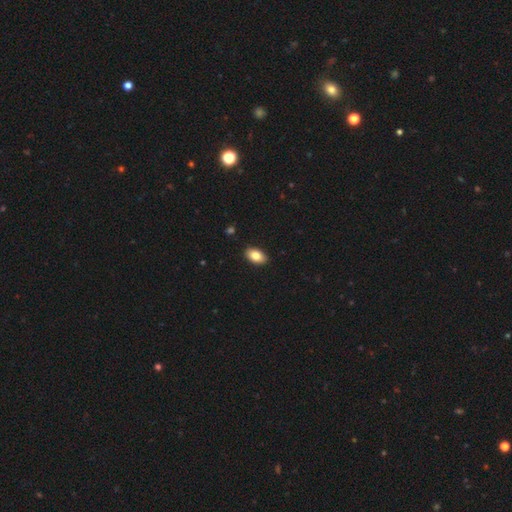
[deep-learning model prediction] smooth_or_featured: smooth (p=0.83) [alt: featured or disk p=0.09]
how_rounded: in between (p=0.93) [alt: round p=0.06]
merging: none (p=0.90) [alt: minor disturbance p=0.08]